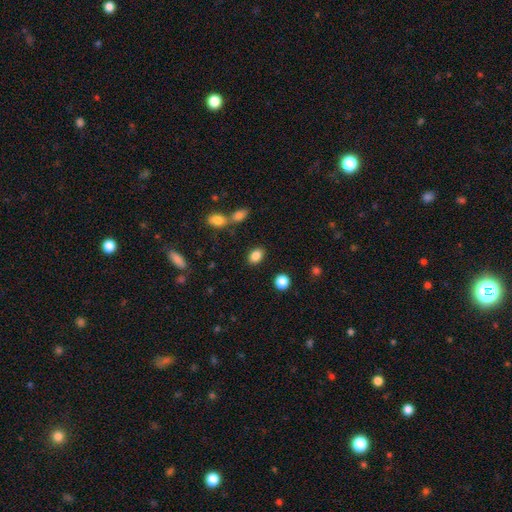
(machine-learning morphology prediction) The model was most divided on "how rounded": in between: 79%, round: 19%, cigar-shaped: 2%. More confident: smooth or featured — smooth (85%); merging — none (82%).